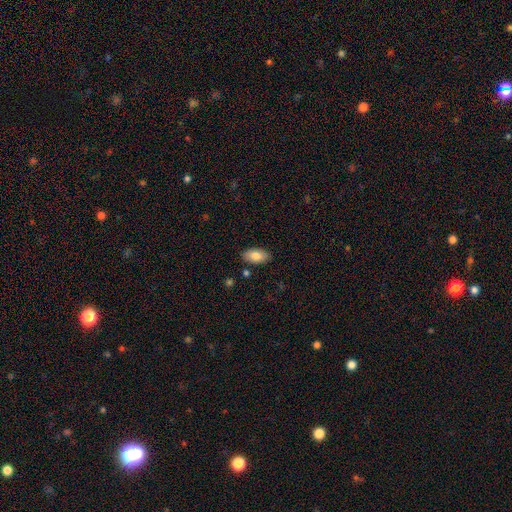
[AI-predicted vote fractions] Smooth or featured? smooth (82%)
How rounded? in between (94%)
Merging? none (86%)